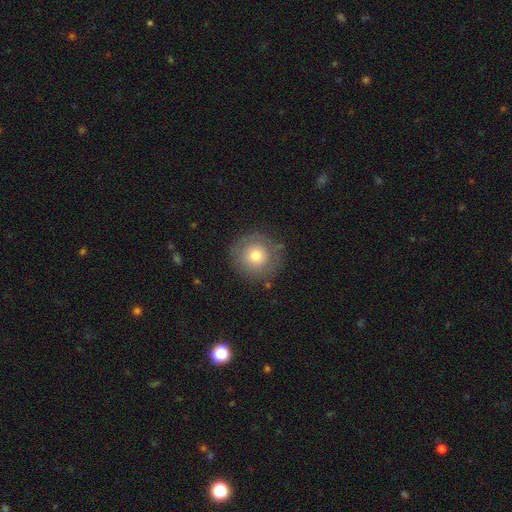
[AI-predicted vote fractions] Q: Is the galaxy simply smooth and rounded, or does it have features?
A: smooth — 68%.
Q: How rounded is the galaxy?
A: round — 95%.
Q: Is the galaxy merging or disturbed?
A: none — 82%.